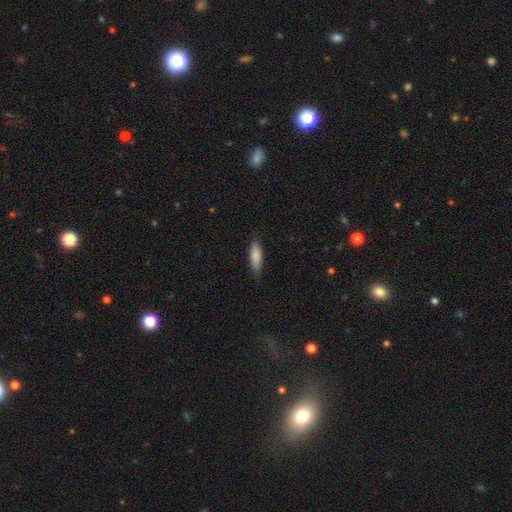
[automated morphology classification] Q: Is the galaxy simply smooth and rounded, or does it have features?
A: smooth — 85%.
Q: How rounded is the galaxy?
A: in between — 57%.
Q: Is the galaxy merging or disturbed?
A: none — 76%.